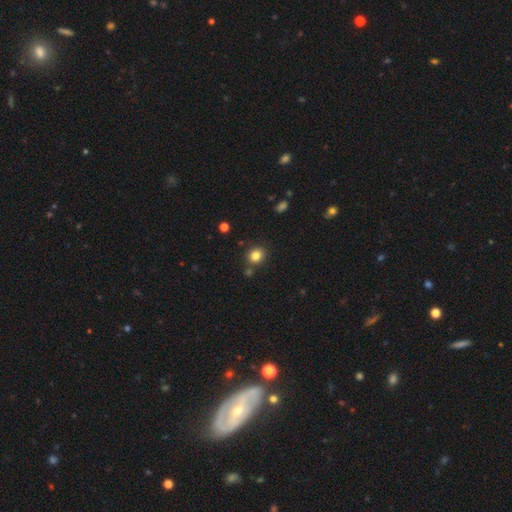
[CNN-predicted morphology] This appears to be a smooth galaxy with no disk features (82%) that is round (73%). Merging: none (80%).